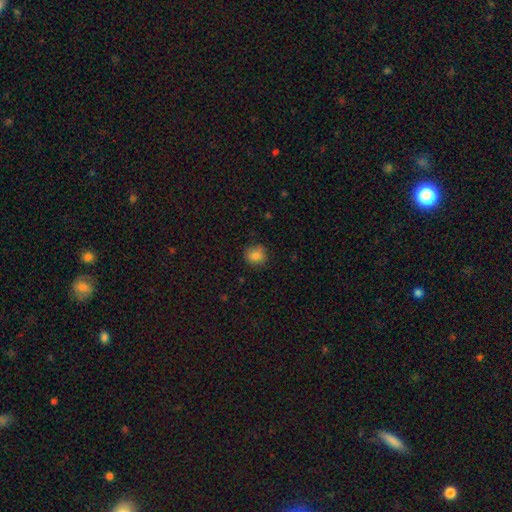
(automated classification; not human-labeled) Smooth or featured: smooth — 82% (star or artifact — 11%)
How rounded: round — 85% (in between — 15%)
Merging: none — 83% (minor disturbance — 13%)